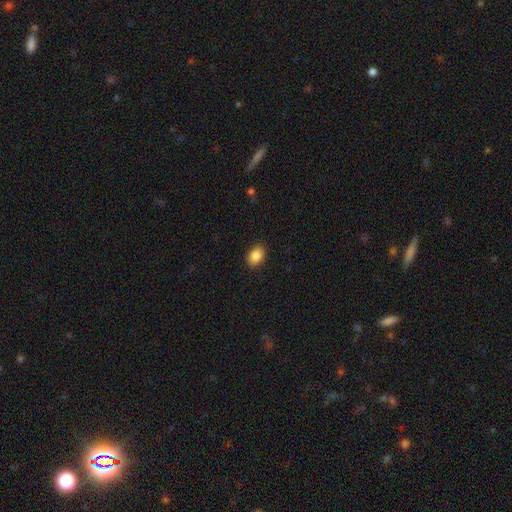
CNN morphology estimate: This is clearly a smooth galaxy (87%). How rounded: likely in between (78%). Merging: clearly none (89%).